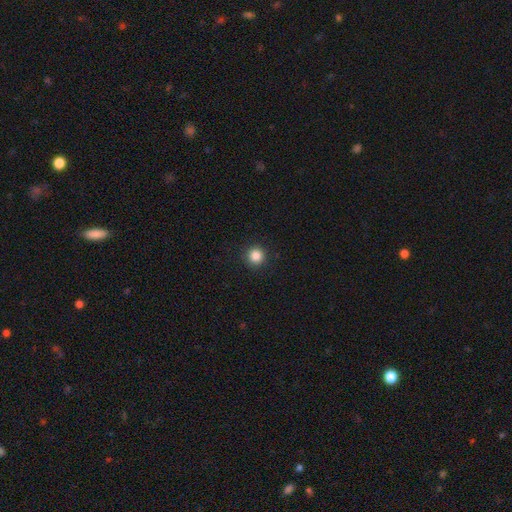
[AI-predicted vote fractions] The model was most divided on "smooth or featured": smooth: 85%, star or artifact: 11%, featured or disk: 4%. More confident: how rounded — round (95%); merging — none (91%).